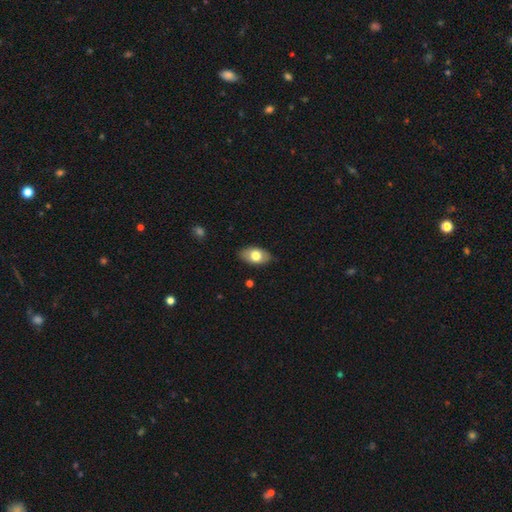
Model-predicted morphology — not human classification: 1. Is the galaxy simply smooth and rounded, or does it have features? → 72% smooth, 22% featured or disk, 7% star or artifact.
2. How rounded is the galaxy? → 92% in between, 6% round, 2% cigar-shaped.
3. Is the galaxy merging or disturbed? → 82% none, 15% minor disturbance, 2% major disturbance, 1% merger.